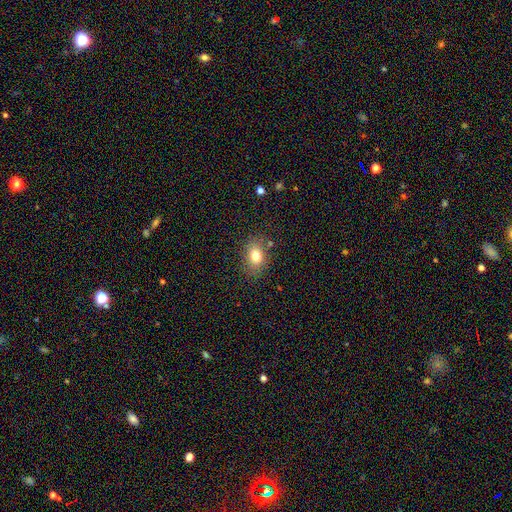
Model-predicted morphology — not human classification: smooth-or-featured: smooth: 78% | featured or disk: 11% | star or artifact: 11%
  how-rounded: in between: 73% | round: 26% | cigar-shaped: 1%
  merging: none: 80% | minor disturbance: 13% | major disturbance: 4% | merger: 3%